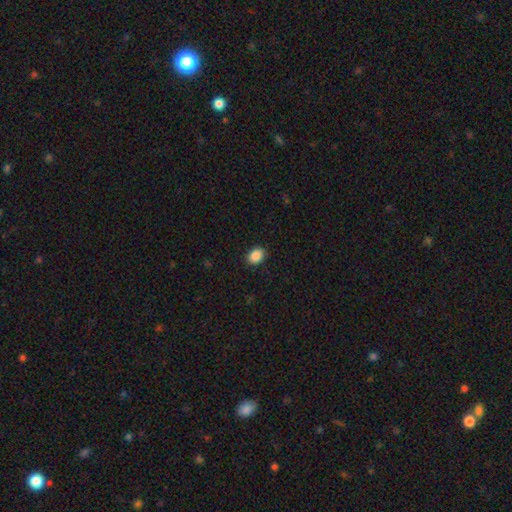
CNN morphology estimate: This is clearly a smooth galaxy (89%). How rounded: likely in between (69%). Merging: clearly none (89%).